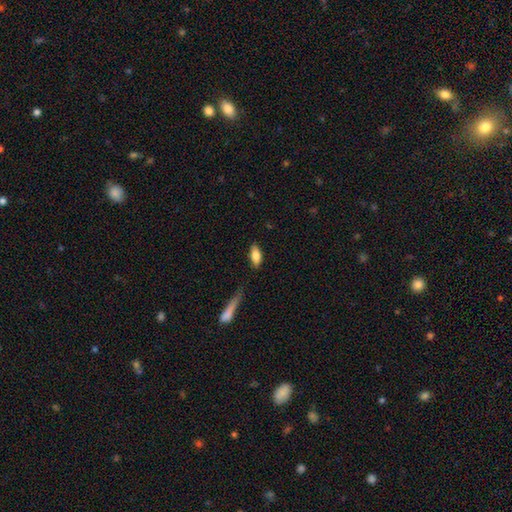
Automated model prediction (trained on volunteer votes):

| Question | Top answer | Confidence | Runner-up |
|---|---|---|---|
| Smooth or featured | smooth | 81% | featured or disk (13%) |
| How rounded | in between | 81% | cigar-shaped (17%) |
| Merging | none | 82% | minor disturbance (13%) |